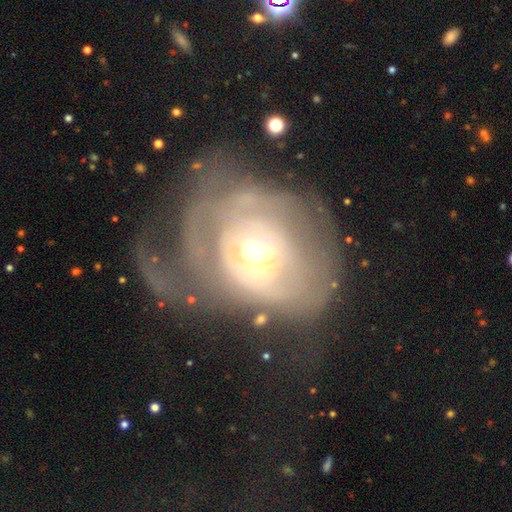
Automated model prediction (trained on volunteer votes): Morphology: type=featured or disk (69%); edge-on=no (96%); bar=no (76%); spiral arms=yes (56%); bulge=moderate (64%); merging=major disturbance (52%).